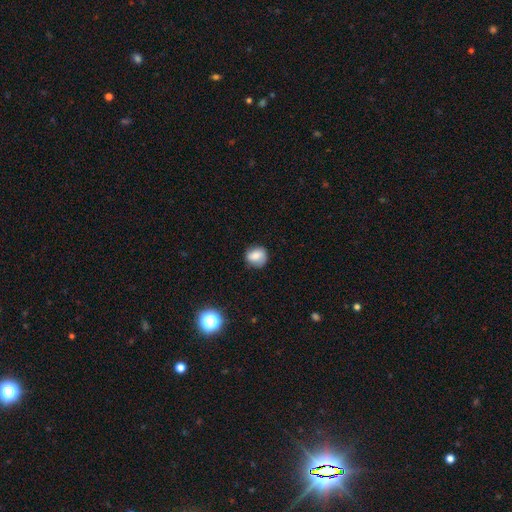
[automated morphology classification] type=smooth (69%); roundness=round (77%); merging=none (76%).